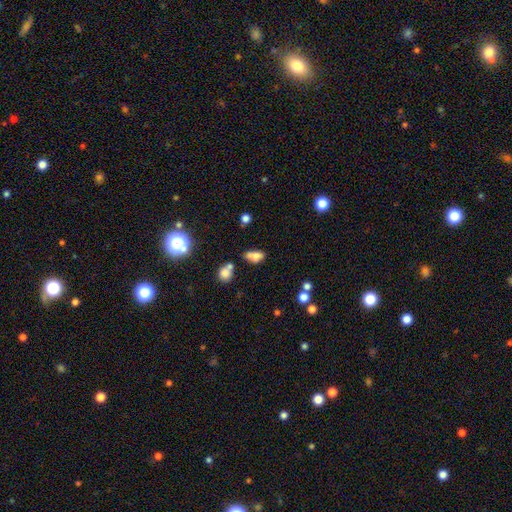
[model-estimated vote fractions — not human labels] Morphology: type=smooth (69%); roundness=in between (83%); merging=none (39%).